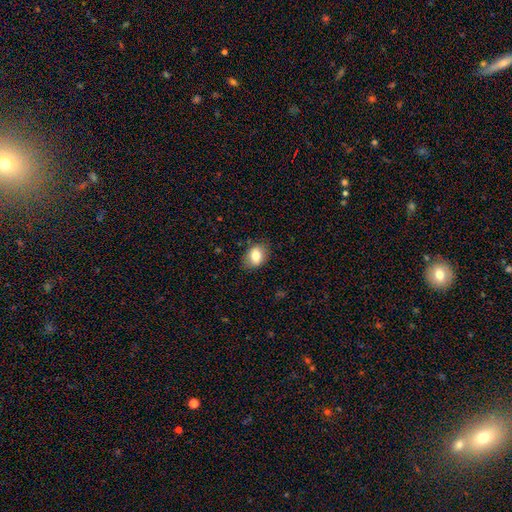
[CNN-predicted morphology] A smooth galaxy with no disk features (78%) that is in between round and cigar-shaped (76%).

Vote fractions:
- Smooth or featured? smooth: 78% / featured or disk: 14% / star or artifact: 8%
- How rounded? in between: 76% / round: 23% / cigar-shaped: 1%
- Merging? none: 80% / minor disturbance: 15% / major disturbance: 4% / merger: 1%